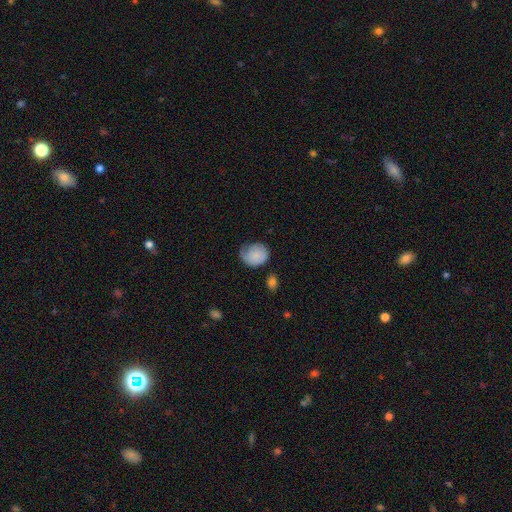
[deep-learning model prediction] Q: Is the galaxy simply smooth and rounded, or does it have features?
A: smooth — 76%.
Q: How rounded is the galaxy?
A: round — 63%.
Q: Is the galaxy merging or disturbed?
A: minor disturbance — 39%.